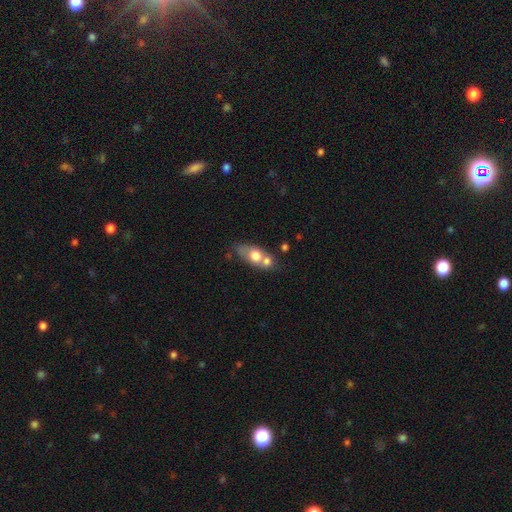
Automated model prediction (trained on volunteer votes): smooth 65%, featured or disk 27%, star or artifact 8%. Down the decision tree: how rounded — in between (70%); merging — merger (52%).